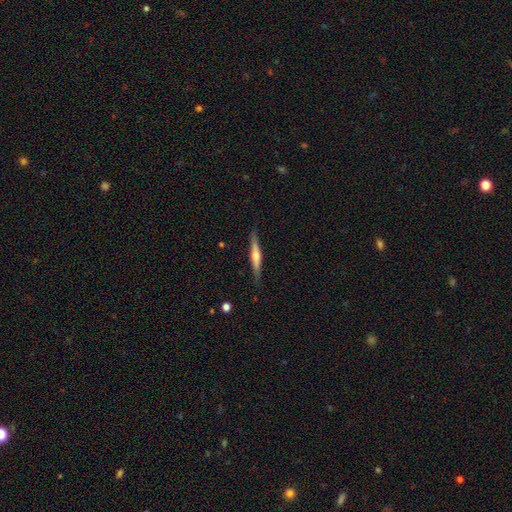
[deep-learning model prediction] The model was most divided on "smooth or featured": featured or disk: 61%, smooth: 33%, star or artifact: 6%. More confident: edge-on disk — yes (97%); merging — none (88%); edge-on bulge — rounded (81%).